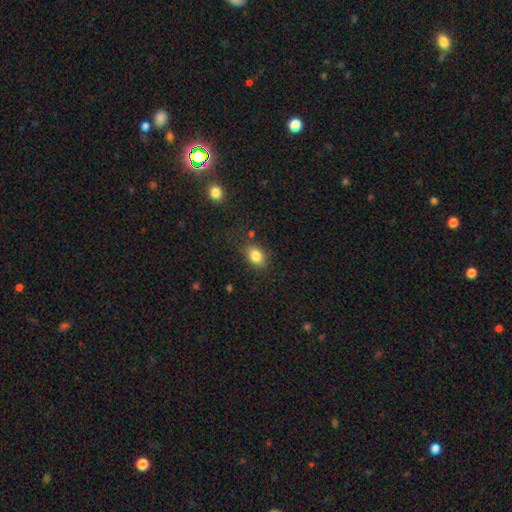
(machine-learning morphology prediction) Smooth or featured? smooth (84%)
How rounded? in between (82%)
Merging? none (77%)